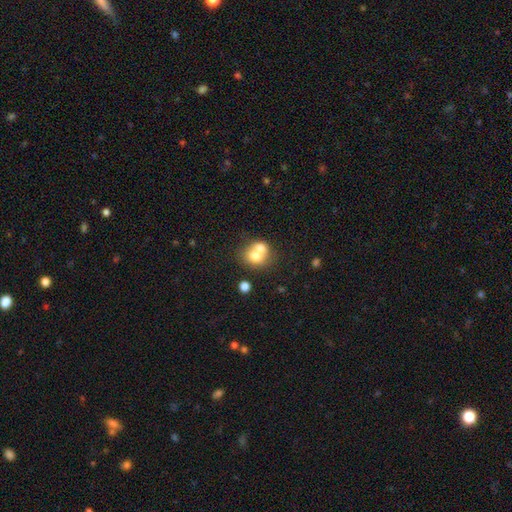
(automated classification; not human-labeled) smooth-or-featured: smooth: 68% | featured or disk: 21% | star or artifact: 10%
  how-rounded: round: 72% | in between: 27% | cigar-shaped: 1%
  merging: merger: 61% | none: 30% | minor disturbance: 6% | major disturbance: 3%